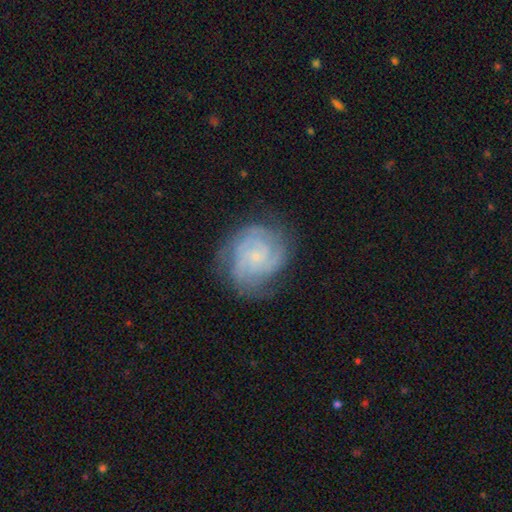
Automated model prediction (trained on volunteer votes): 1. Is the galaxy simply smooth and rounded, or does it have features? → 81% featured or disk, 12% smooth, 7% star or artifact.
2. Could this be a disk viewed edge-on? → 98% no, 2% yes.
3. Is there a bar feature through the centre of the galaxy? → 75% no, 22% weak, 4% strong.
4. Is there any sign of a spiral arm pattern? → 96% yes, 4% no.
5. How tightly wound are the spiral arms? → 71% tight, 25% medium, 5% loose.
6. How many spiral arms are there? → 27% can't tell, 26% 3, 19% 4, 15% 2, 7% more than 4, 6% 1.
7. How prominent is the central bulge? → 81% small, 11% moderate, 6% none, 1% large, 1% dominant.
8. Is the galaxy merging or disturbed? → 73% none, 18% minor disturbance, 7% major disturbance, 1% merger.